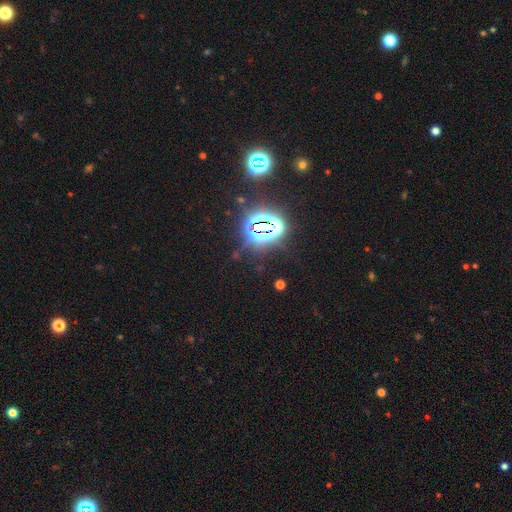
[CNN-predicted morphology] The model was most divided on "smooth or featured": star or artifact: 82%, smooth: 11%, featured or disk: 7%.